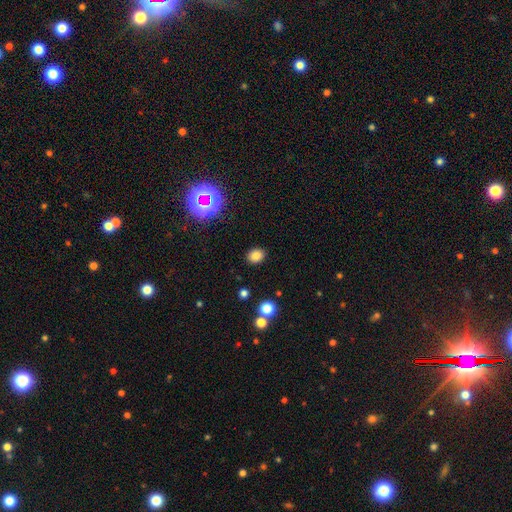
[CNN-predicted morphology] A smooth galaxy with no disk features (80%) that is in between round and cigar-shaped (53%).

Vote fractions:
- Smooth or featured? smooth: 80% / star or artifact: 15% / featured or disk: 6%
- How rounded? in between: 53% / round: 46% / cigar-shaped: 1%
- Merging? none: 88% / minor disturbance: 8% / major disturbance: 3% / merger: 2%